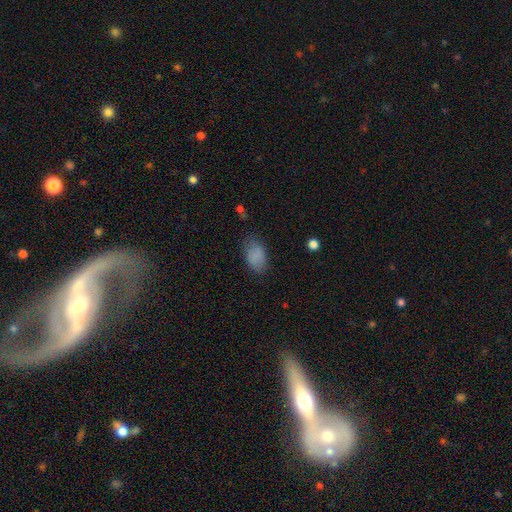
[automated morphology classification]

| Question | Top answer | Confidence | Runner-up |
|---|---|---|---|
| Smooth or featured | smooth | 85% | star or artifact (9%) |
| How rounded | in between | 90% | round (9%) |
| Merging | none | 73% | minor disturbance (20%) |